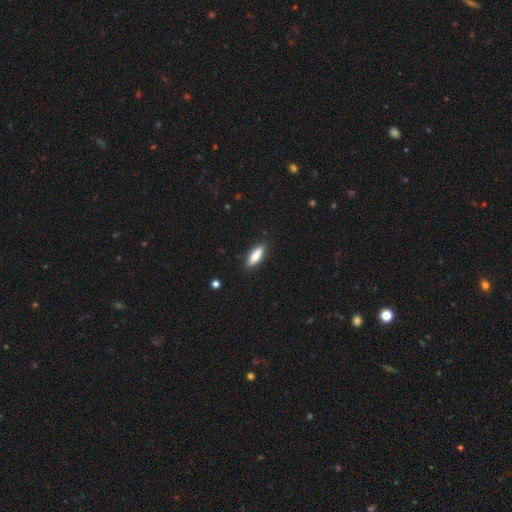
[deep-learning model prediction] smooth_or_featured: smooth (p=0.80) [alt: featured or disk p=0.14]
how_rounded: in between (p=0.55) [alt: cigar-shaped p=0.43]
merging: none (p=0.86) [alt: minor disturbance p=0.10]